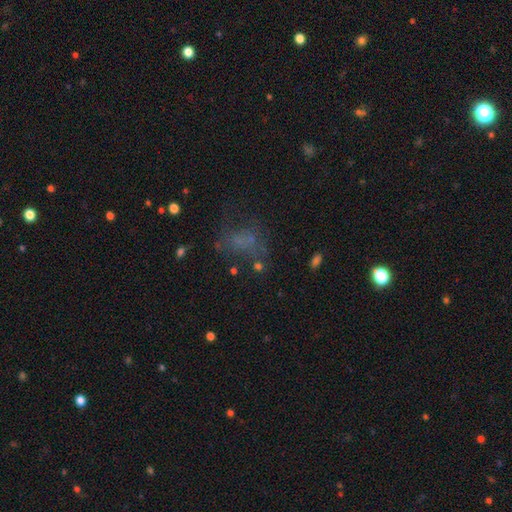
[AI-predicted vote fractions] The model was most divided on "smooth or featured": smooth: 44%, star or artifact: 30%, featured or disk: 27%. Remaining: merging — none (46%).